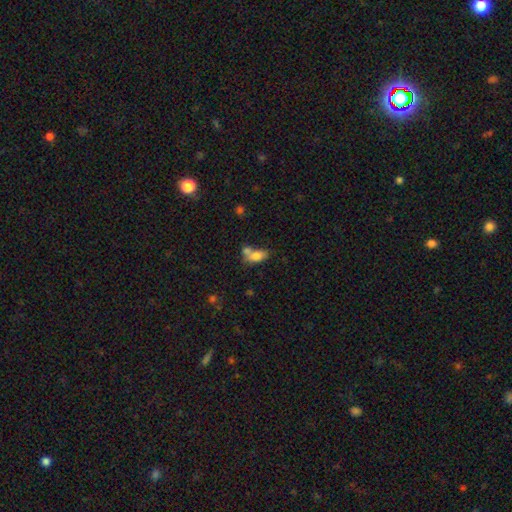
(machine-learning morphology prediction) smooth_or_featured: smooth (p=0.77) [alt: featured or disk p=0.14]
how_rounded: in between (p=0.87) [alt: round p=0.08]
merging: merger (p=0.48) [alt: none p=0.34]